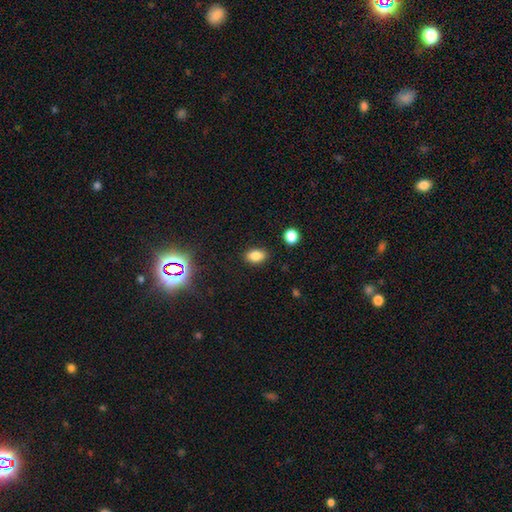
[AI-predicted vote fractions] Overall: smooth (82%). How rounded: in between (83%). Merging: none (87%).